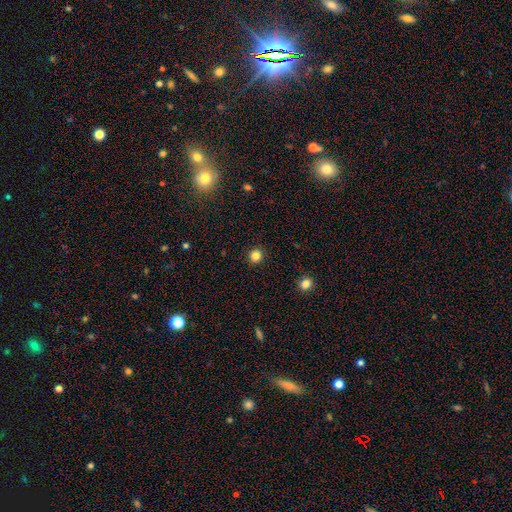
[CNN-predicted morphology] smooth_or_featured: smooth (p=0.84) [alt: star or artifact p=0.12]
how_rounded: round (p=0.92) [alt: in between p=0.07]
merging: none (p=0.92) [alt: minor disturbance p=0.05]